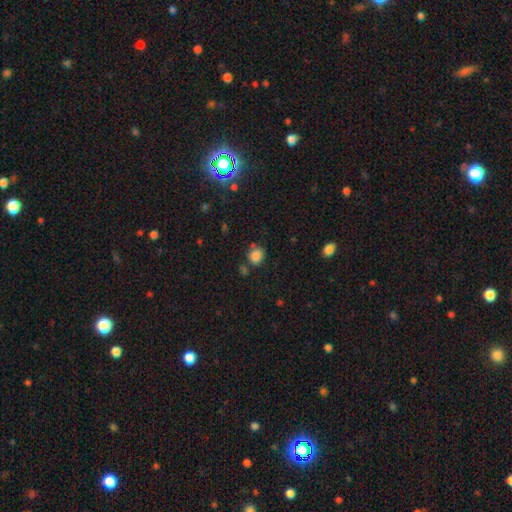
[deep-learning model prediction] smooth-or-featured: smooth: 84% | star or artifact: 11% | featured or disk: 5%
  how-rounded: round: 76% | in between: 23% | cigar-shaped: 1%
  merging: none: 71% | minor disturbance: 15% | merger: 9% | major disturbance: 5%